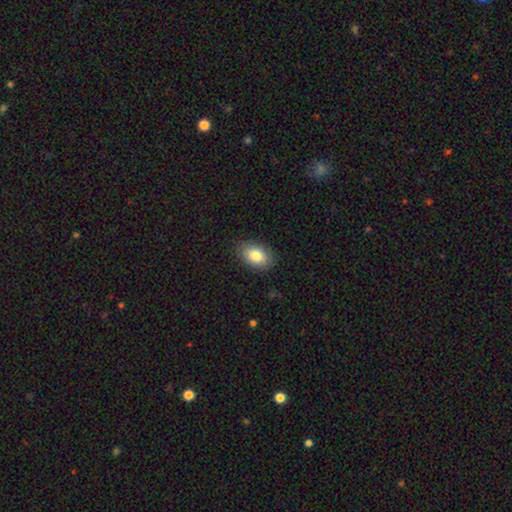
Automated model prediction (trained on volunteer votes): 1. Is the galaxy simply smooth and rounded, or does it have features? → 82% smooth, 10% featured or disk, 8% star or artifact.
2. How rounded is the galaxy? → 87% in between, 12% round, 1% cigar-shaped.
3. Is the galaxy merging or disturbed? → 85% none, 11% minor disturbance, 3% major disturbance, 1% merger.